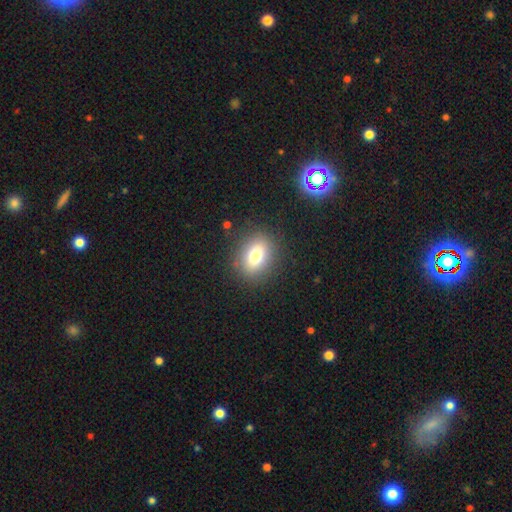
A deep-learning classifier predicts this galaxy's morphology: Smooth or featured? smooth (75%)
How rounded? in between (60%)
Merging? none (86%)